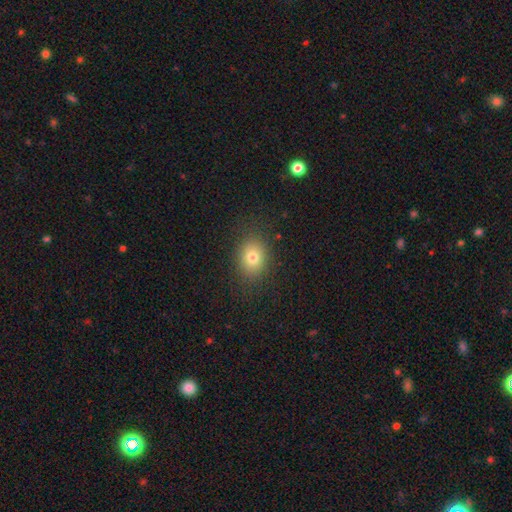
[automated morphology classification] smooth-or-featured: smooth: 77% | star or artifact: 13% | featured or disk: 10%
  how-rounded: in between: 53% | round: 46% | cigar-shaped: 1%
  merging: none: 86% | minor disturbance: 9% | major disturbance: 3% | merger: 1%